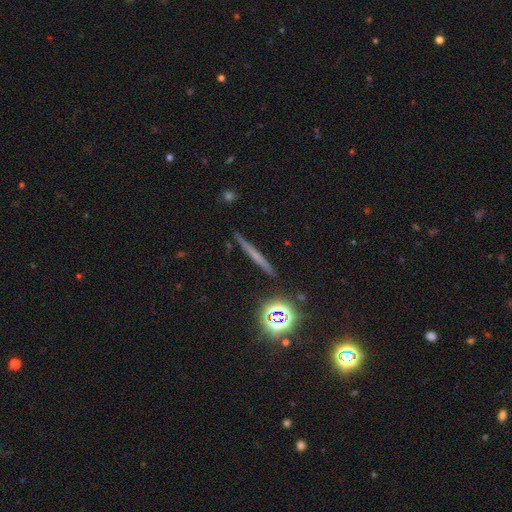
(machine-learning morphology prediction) smooth_or_featured: smooth (p=0.42) [alt: featured or disk p=0.38]
merging: none (p=0.90) [alt: minor disturbance p=0.07]